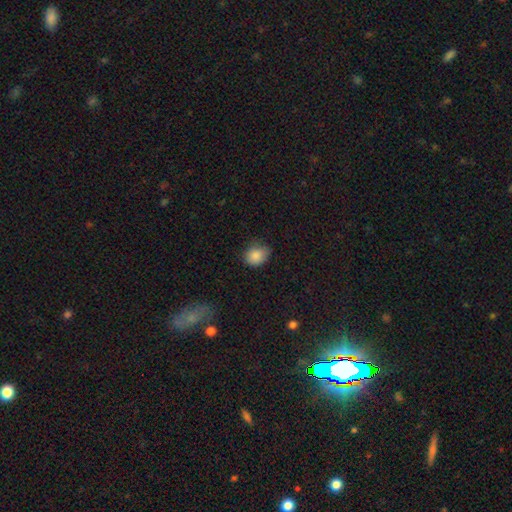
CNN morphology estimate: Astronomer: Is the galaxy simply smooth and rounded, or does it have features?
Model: smooth — 86%.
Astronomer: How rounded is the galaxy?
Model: in between — 53% (runner-up: round, 46%).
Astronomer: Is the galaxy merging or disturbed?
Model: none — 61%.